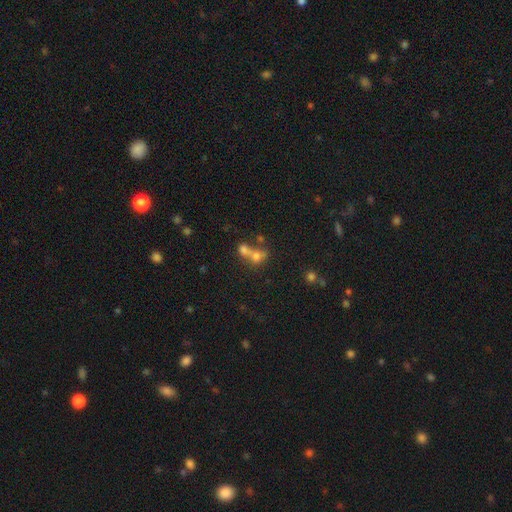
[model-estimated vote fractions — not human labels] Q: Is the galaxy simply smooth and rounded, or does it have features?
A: smooth — 61%.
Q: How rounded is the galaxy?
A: round — 59%.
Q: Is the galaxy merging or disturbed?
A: merger — 64%.